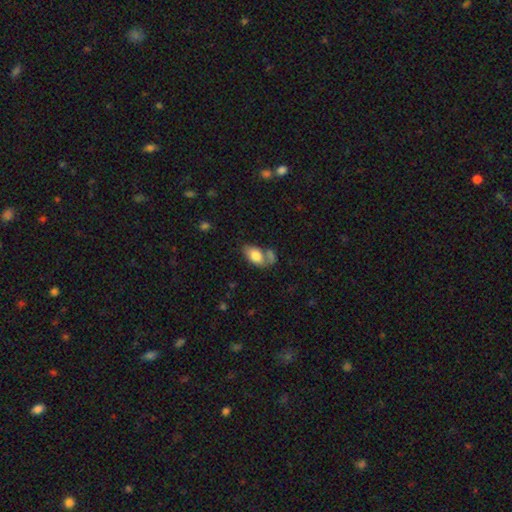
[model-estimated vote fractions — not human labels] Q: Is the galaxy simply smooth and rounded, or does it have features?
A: smooth — 78%.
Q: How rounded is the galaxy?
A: in between — 91%.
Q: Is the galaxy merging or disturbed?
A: none — 44%.